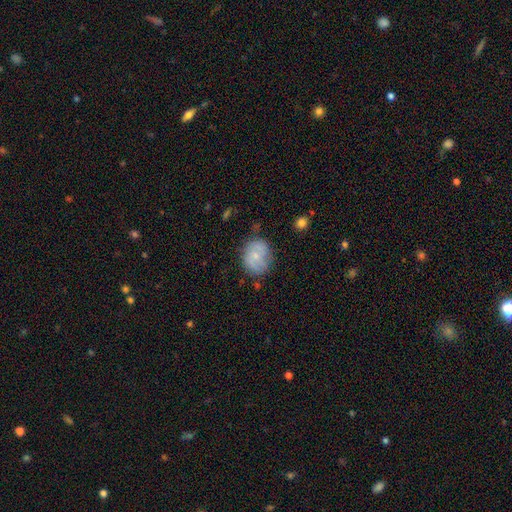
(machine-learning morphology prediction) Overall: smooth (56%; featured or disk 37%). How rounded: round (55%; in between 44%). Merging: none (68%).